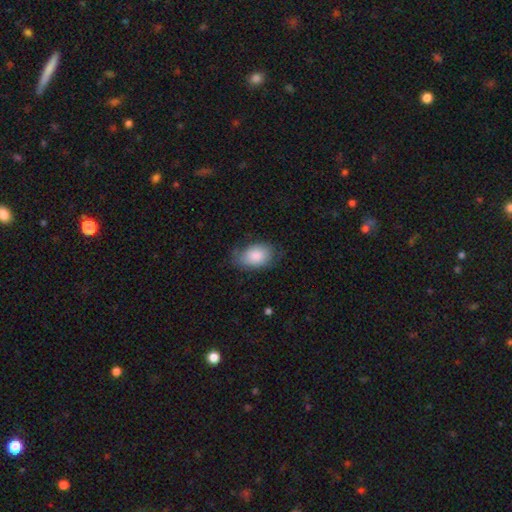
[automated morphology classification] Smooth or featured? smooth (83%)
How rounded? in between (87%)
Merging? none (64%)